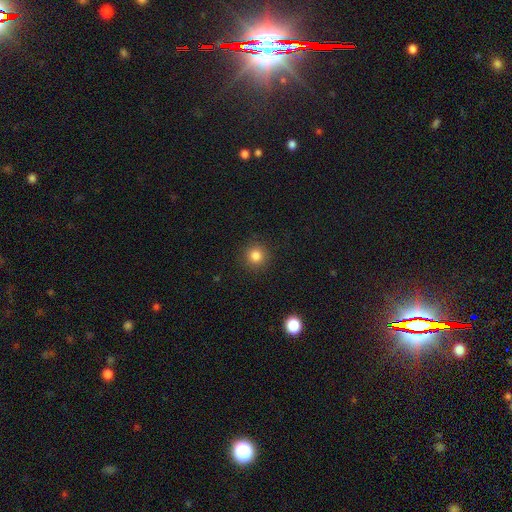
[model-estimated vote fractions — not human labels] Smooth or featured? smooth (83%)
How rounded? round (94%)
Merging? none (91%)